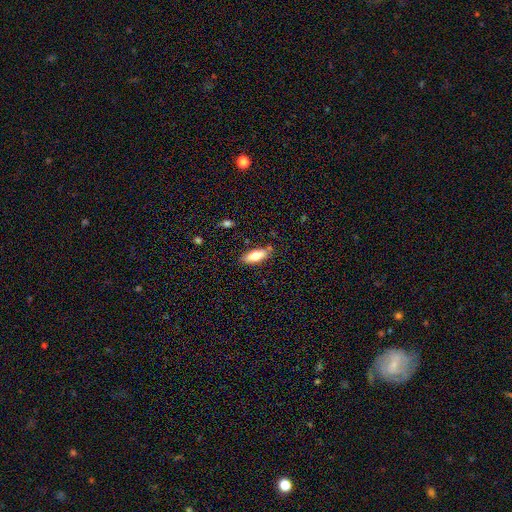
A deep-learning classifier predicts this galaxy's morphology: A smooth galaxy with no disk features (74%) that is in between round and cigar-shaped (74%). Merging: none (79%).